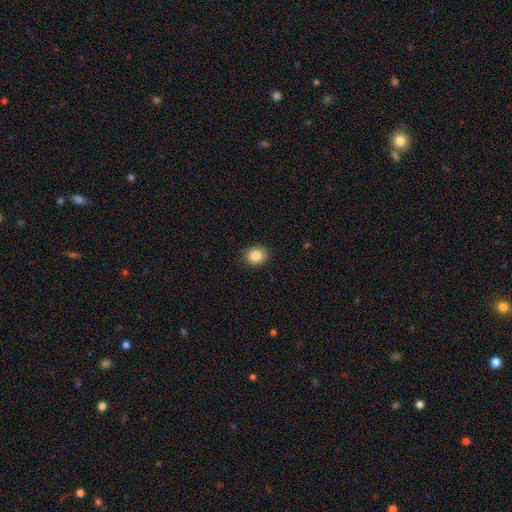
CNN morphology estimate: smooth 86%, star or artifact 9%, featured or disk 5%. Down the decision tree: how rounded — round (55%); merging — none (89%).